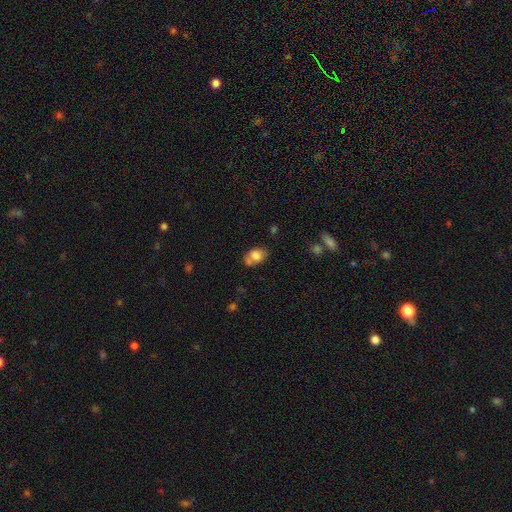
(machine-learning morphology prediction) Smooth or featured?
  - smooth: 78% *
  - featured or disk: 14%
  - star or artifact: 9%
How rounded?
  - in between: 77% *
  - round: 22%
  - cigar-shaped: 1%
Merging?
  - none: 51% *
  - merger: 22%
  - minor disturbance: 21%
  - major disturbance: 6%